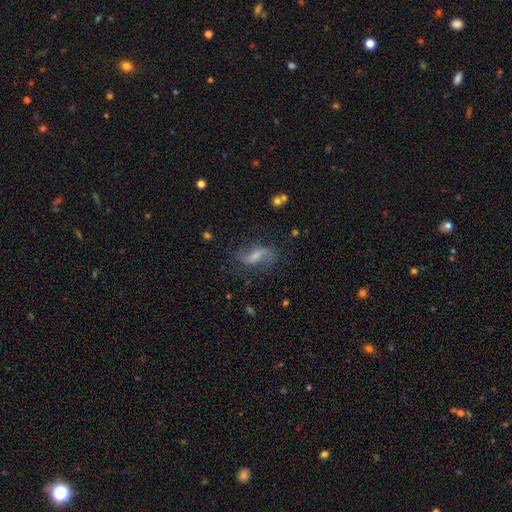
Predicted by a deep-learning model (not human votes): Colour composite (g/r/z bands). It shows a featured or disk galaxy (70%) with a weak bar (46%), 2 (87%) loose (72%) spiral arms (92%) and a small central bulge (40%). Merging: none (71%).